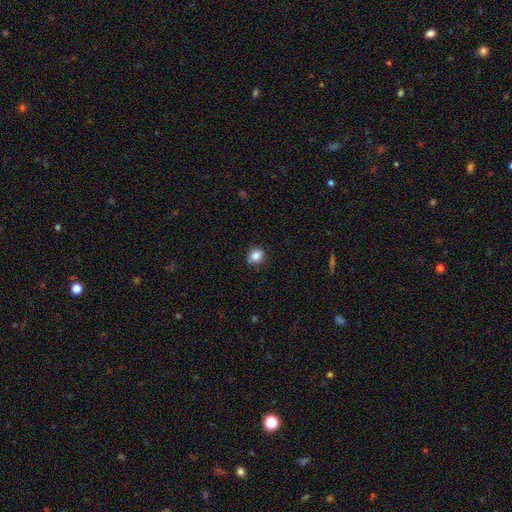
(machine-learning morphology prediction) The model was most divided on "how rounded": round: 74%, in between: 25%, cigar-shaped: 1%. More confident: merging — none (86%); smooth or featured — smooth (85%).